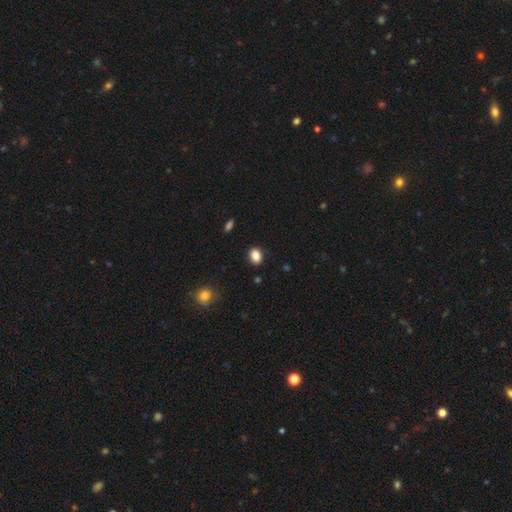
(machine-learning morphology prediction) This is clearly a smooth galaxy (86%). How rounded: possibly in between (55%). Merging: clearly none (89%).